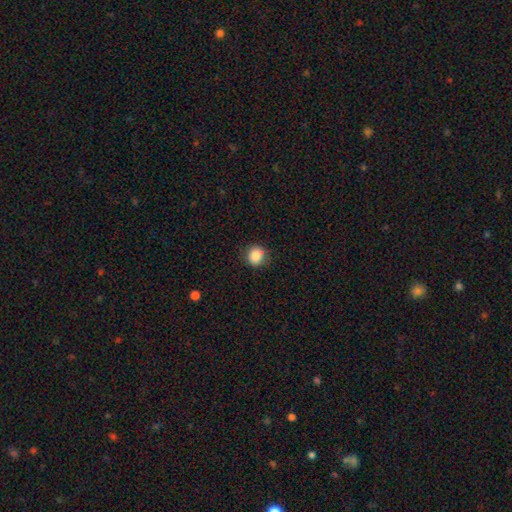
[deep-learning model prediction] Smooth or featured: smooth — 86% (star or artifact — 10%)
How rounded: round — 88% (in between — 11%)
Merging: none — 85% (minor disturbance — 11%)